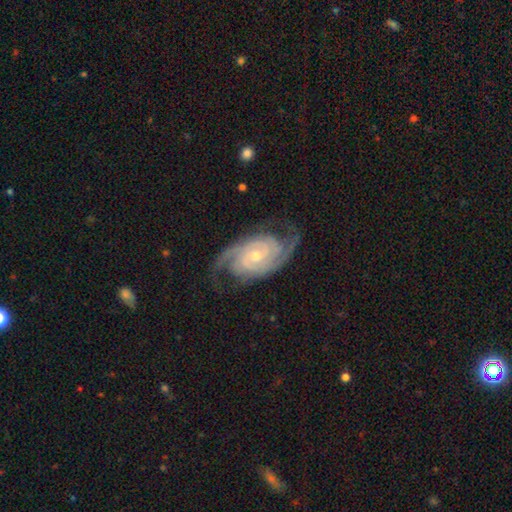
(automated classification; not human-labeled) smooth-or-featured: featured or disk: 92% | star or artifact: 4% | smooth: 4%
  disk-edge-on: no: 97% | yes: 3%
    bar: no: 63% | weak: 28% | strong: 9%
    has-spiral-arms: yes: 98% | no: 2%
      spiral-winding: tight: 59% | medium: 34% | loose: 7%
      spiral-arm-count: 2: 70% | 3: 13% | can't tell: 6% | 4: 4% | 1: 3% | more than 4: 3%
    bulge-size: small: 57% | moderate: 40% | large: 2% | none: 1% | dominant: 1%
  merging: none: 76% | minor disturbance: 15% | major disturbance: 7% | merger: 1%